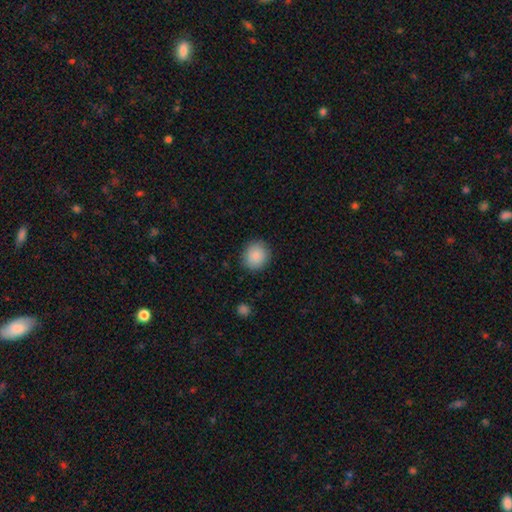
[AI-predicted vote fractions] This is clearly a smooth galaxy (88%). How rounded: clearly round (85%). Merging: clearly none (89%).